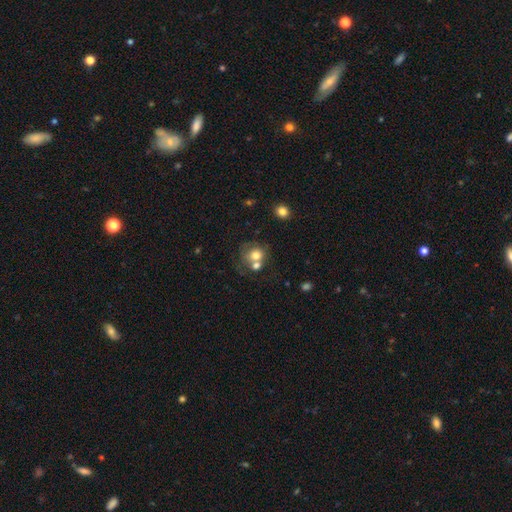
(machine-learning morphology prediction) Smooth or featured? Predicted: smooth (p=0.71). How rounded? Predicted: round (p=0.75). Merging? Predicted: merger (p=0.42).